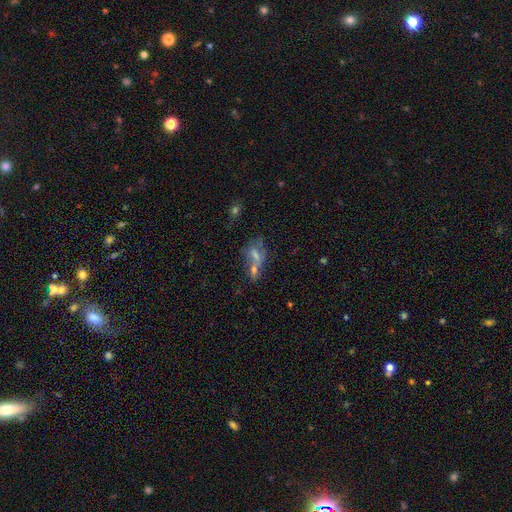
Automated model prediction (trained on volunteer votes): A smooth galaxy with no disk features (46%).

Vote fractions:
- Smooth or featured? smooth: 46% / featured or disk: 35% / star or artifact: 19%
- Merging? merger: 51% / none: 27% / major disturbance: 12% / minor disturbance: 11%